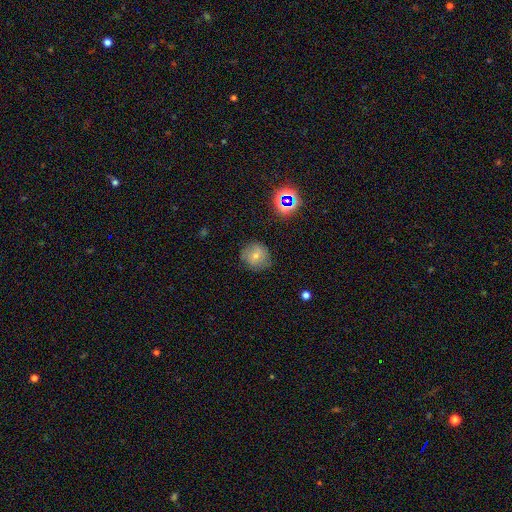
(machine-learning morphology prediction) Smooth or featured? smooth (56%)
How rounded? round (86%)
Merging? none (80%)